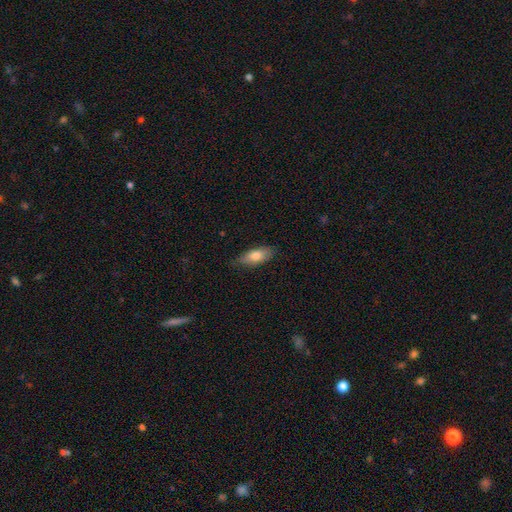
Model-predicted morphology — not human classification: This is likely a smooth galaxy (76%). How rounded: likely in between (76%). Merging: likely none (78%).